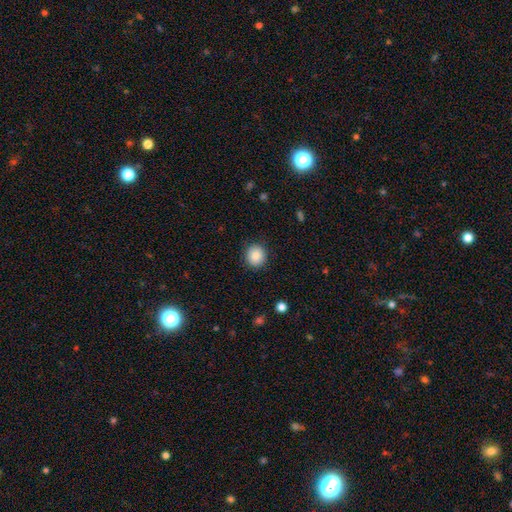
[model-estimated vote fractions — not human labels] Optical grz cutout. It shows a smooth galaxy with no disk features (85%) that is round (88%). Merging: none (89%).